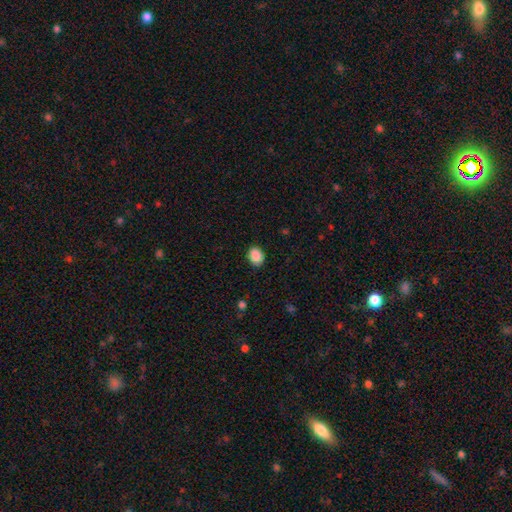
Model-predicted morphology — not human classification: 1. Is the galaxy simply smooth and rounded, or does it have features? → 89% smooth, 8% star or artifact, 3% featured or disk.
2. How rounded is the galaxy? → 64% in between, 36% round, 1% cigar-shaped.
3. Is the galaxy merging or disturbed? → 87% none, 9% minor disturbance, 2% major disturbance, 1% merger.